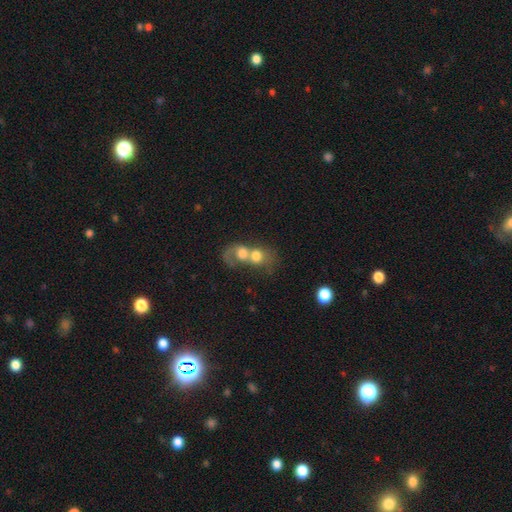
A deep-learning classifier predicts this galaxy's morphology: A smooth galaxy with no disk features (60%) that is round (59%).

Vote fractions:
- Smooth or featured? smooth: 60% / featured or disk: 30% / star or artifact: 9%
- How rounded? round: 59% / in between: 40% / cigar-shaped: 2%
- Merging? merger: 82% / none: 8% / major disturbance: 6% / minor disturbance: 4%